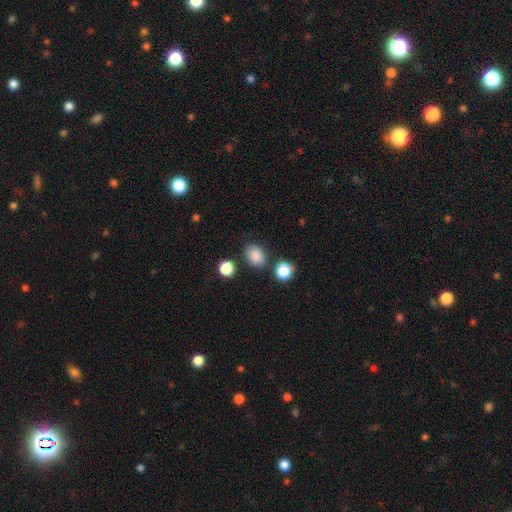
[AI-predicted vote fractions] The model was most divided on "how rounded": in between: 60%, round: 39%, cigar-shaped: 1%. More confident: smooth or featured — smooth (85%); merging — none (79%).